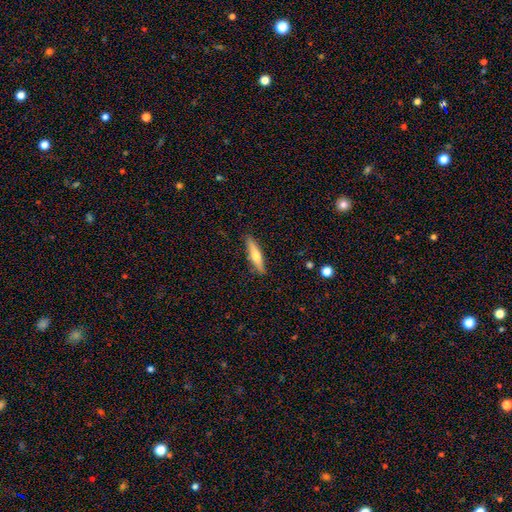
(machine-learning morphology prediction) The model was most divided on "smooth or featured": smooth: 50%, featured or disk: 44%, star or artifact: 6%. More confident: merging — none (89%).